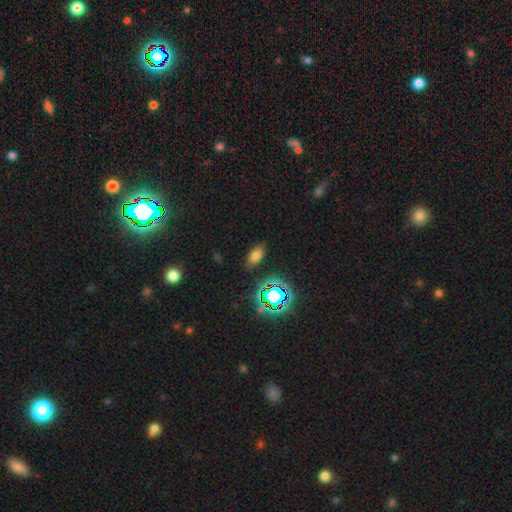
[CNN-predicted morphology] Smooth or featured? Predicted: smooth (p=0.67). How rounded? Predicted: in between (p=0.89). Merging? Predicted: none (p=0.84).